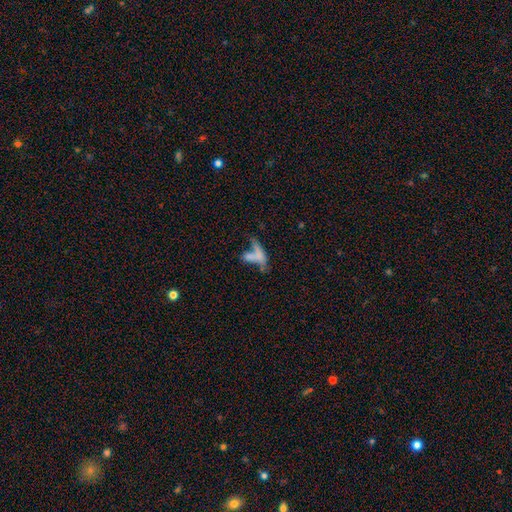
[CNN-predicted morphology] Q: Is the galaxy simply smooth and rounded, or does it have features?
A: smooth — 53%.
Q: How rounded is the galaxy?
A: in between — 60%.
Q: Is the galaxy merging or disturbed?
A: merger — 47%.